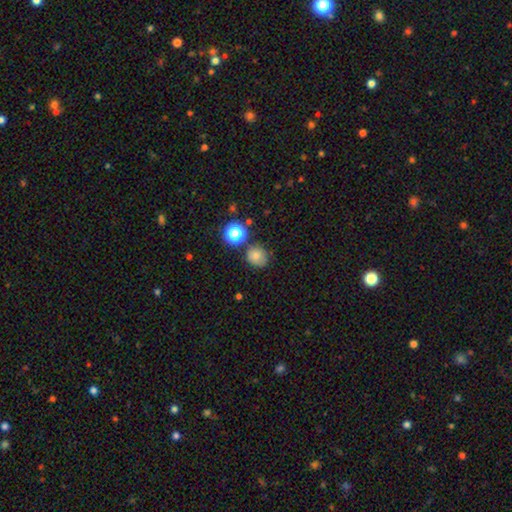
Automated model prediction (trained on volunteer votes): This appears to be a smooth galaxy with no disk features (72%) that is round (84%). Merging: none (75%).